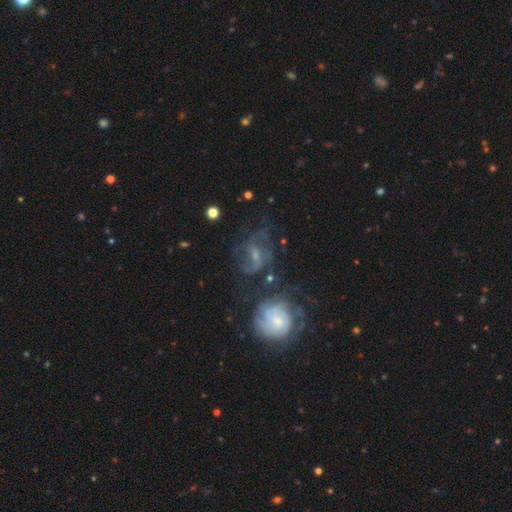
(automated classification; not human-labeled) A featured or disk galaxy (71%) with a weak bar (46%), medium (41%) spiral arms (82%) and a small central bulge (53%).

Vote fractions:
- Smooth or featured? featured or disk: 71% / smooth: 16% / star or artifact: 13%
- Edge-on disk? no: 97% / yes: 3%
- Bar? weak: 46% / no: 35% / strong: 19%
- Spiral arms? yes: 82% / no: 18%
- Spiral winding? medium: 41% / tight: 33% / loose: 26%
- Spiral arm count? can't tell: 39% / 2: 33% / 3: 13% / 1: 6% / 4: 5% / more than 4: 4%
- Bulge size? small: 53% / moderate: 29% / none: 14% / large: 3% / dominant: 1%
- Merging? none: 46% / major disturbance: 22% / minor disturbance: 17% / merger: 15%